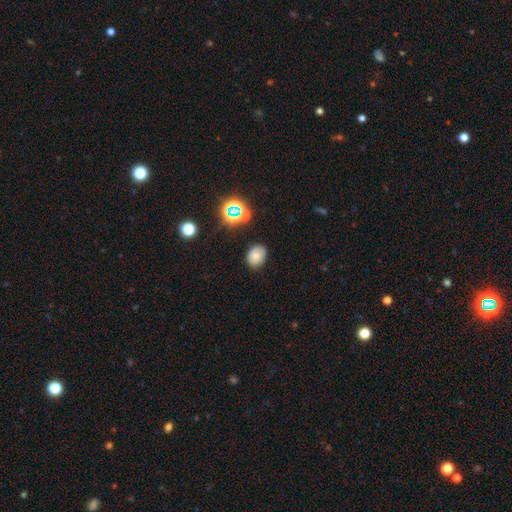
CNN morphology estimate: smooth_or_featured: smooth (p=0.73) [alt: star or artifact p=0.15]
how_rounded: in between (p=0.69) [alt: round p=0.30]
merging: none (p=0.81) [alt: minor disturbance p=0.14]